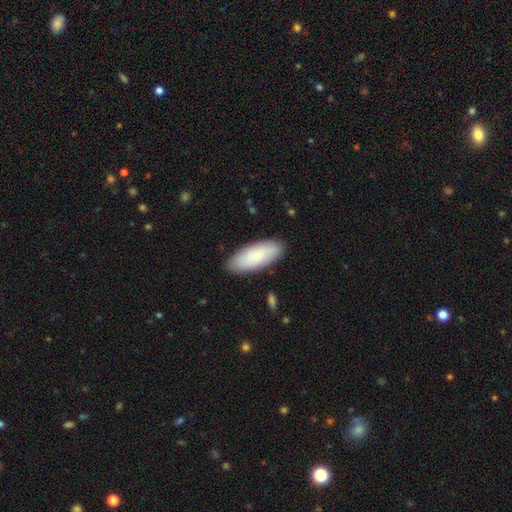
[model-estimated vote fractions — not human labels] smooth-or-featured: smooth: 84% | featured or disk: 10% | star or artifact: 6%
  how-rounded: in between: 76% | cigar-shaped: 22% | round: 2%
  merging: none: 87% | minor disturbance: 10% | major disturbance: 2% | merger: 1%